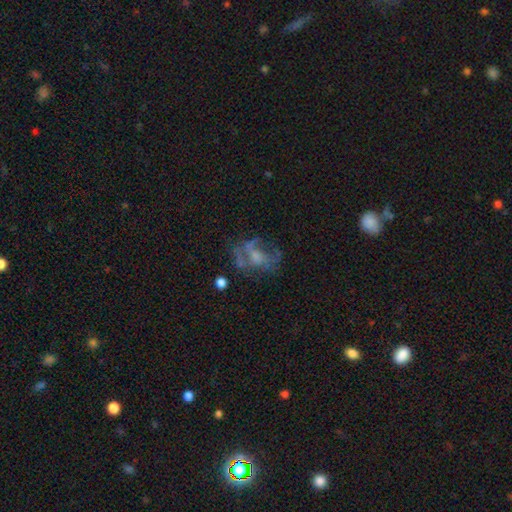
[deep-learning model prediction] smooth_or_featured: featured or disk (p=0.59) [alt: smooth p=0.25]
disk_edge_on: no (p=0.96) [alt: yes p=0.04]
bar: no (p=0.71) [alt: weak p=0.23]
has_spiral_arms: no (p=0.67) [alt: yes p=0.33]
bulge_size: none (p=0.35) [alt: moderate p=0.29]
merging: none (p=0.40) [alt: major disturbance p=0.34]